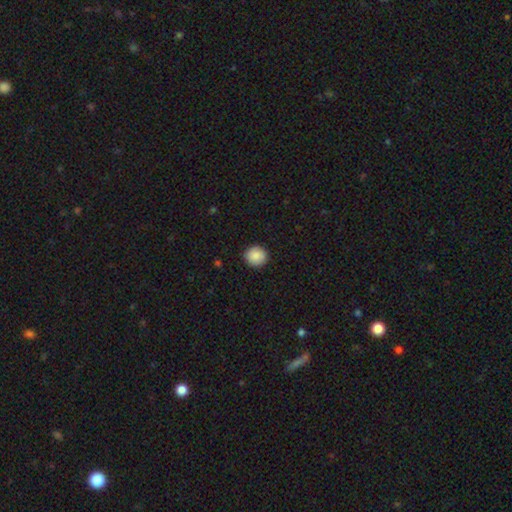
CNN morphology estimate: Smooth or featured? Predicted: smooth (p=0.89). How rounded? Predicted: round (p=0.89). Merging? Predicted: none (p=0.91).